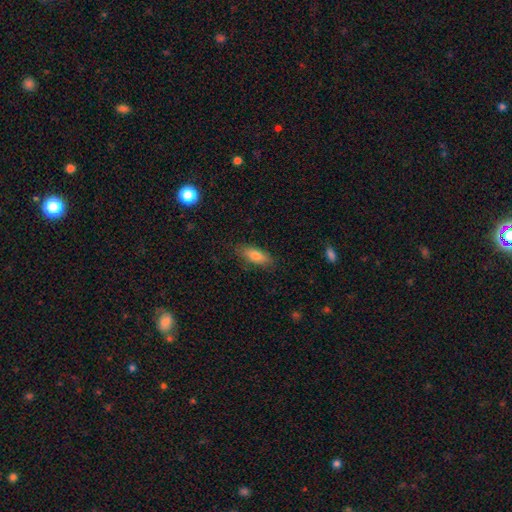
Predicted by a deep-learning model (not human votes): Smooth or featured? smooth (76%)
How rounded? in between (67%)
Merging? none (83%)